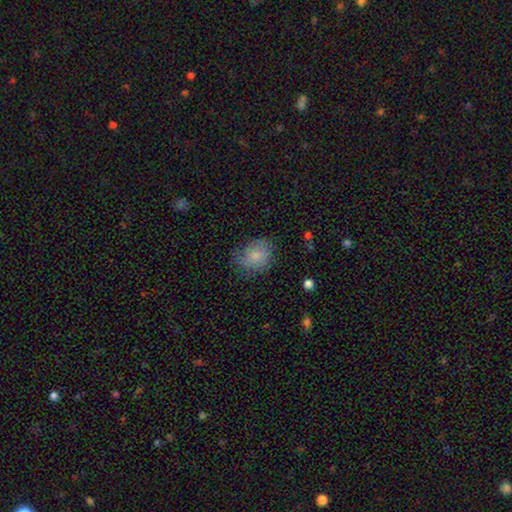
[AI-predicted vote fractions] Overall: smooth (72%). How rounded: round (55%; in between 44%). Merging: none (62%; minor disturbance 27%).